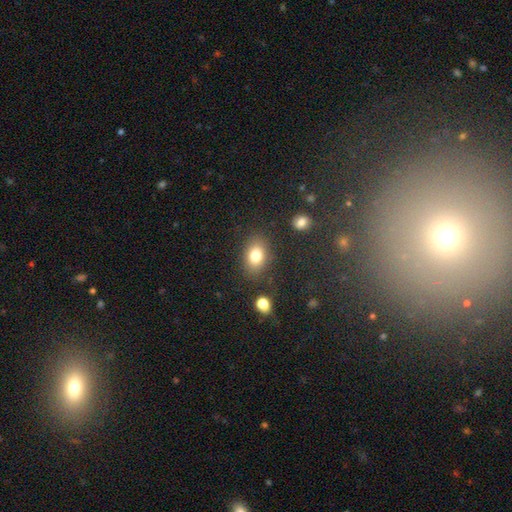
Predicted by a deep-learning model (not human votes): Morphology: type=smooth (80%); roundness=in between (79%); merging=none (82%).